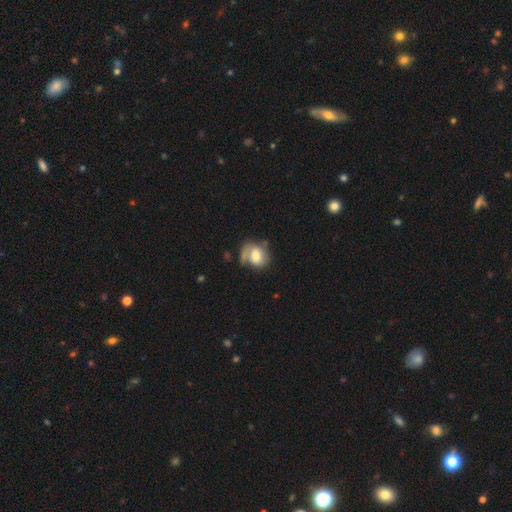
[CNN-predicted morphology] Q: Smooth or featured?
A: smooth (57%); runner-up: featured or disk (35%)
Q: How rounded?
A: round (52%); runner-up: in between (47%)
Q: Merging?
A: none (45%); runner-up: minor disturbance (28%)